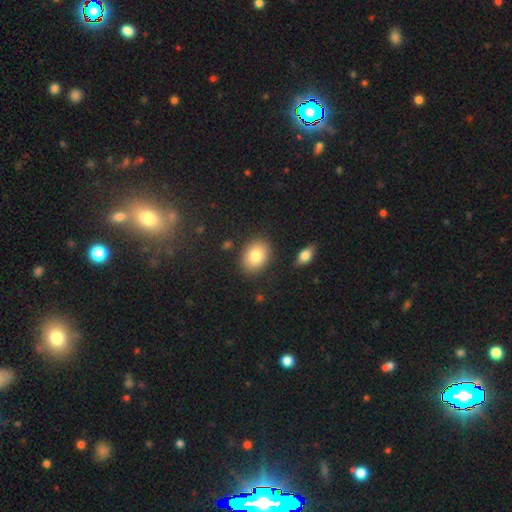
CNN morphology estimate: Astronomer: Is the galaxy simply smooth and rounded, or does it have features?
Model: smooth — 82%.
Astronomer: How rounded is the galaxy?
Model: in between — 69%.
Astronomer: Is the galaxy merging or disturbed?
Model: none — 85%.